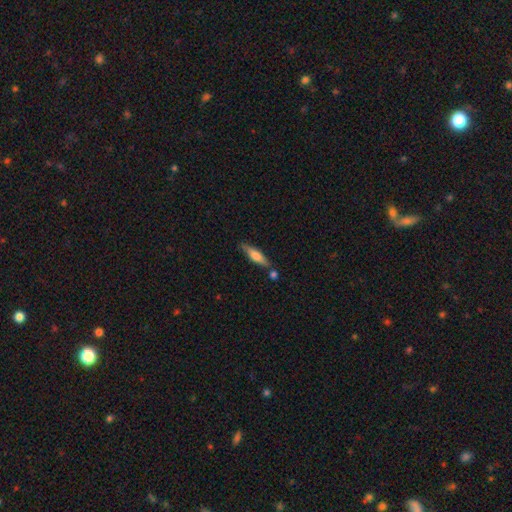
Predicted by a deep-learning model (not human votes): A smooth galaxy with no disk features (57%) that is cigar-shaped (75%). Merging: none (72%).